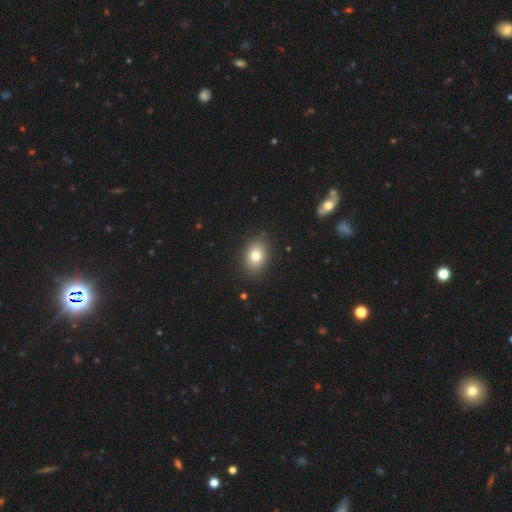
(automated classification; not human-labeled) A smooth galaxy with no disk features (79%) that is in between round and cigar-shaped (67%). Merging: none (87%).